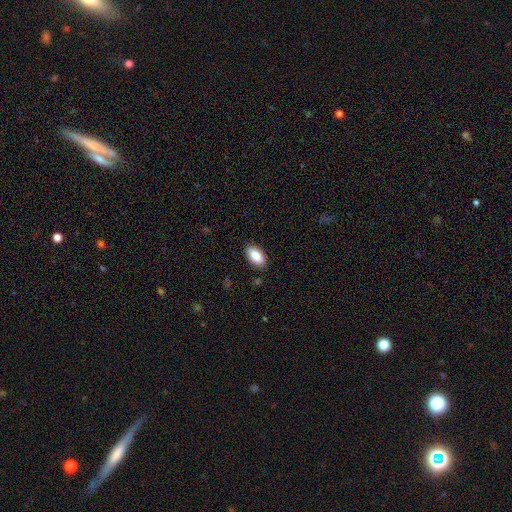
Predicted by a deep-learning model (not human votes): The model was most divided on "merging": none: 88%, minor disturbance: 9%, major disturbance: 2%, merger: 1%. More confident: how rounded — in between (94%); smooth or featured — smooth (88%).